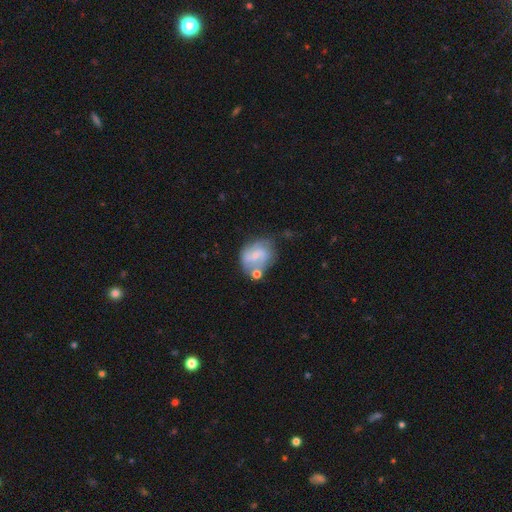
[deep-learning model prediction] This appears to be a featured or disk galaxy (69%) with a weak bar (49%), 2 (69%) medium (49%) spiral arms (88%) and a small central bulge (65%). Merging: none (50%).